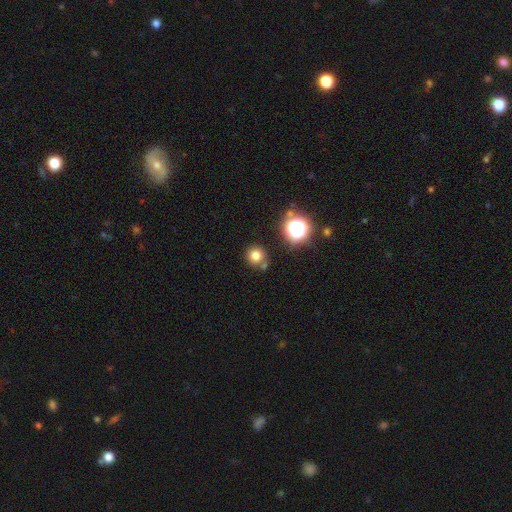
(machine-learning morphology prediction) smooth-or-featured: smooth: 75% | star or artifact: 18% | featured or disk: 7%
  how-rounded: round: 94% | in between: 5% | cigar-shaped: 1%
  merging: none: 79% | merger: 9% | minor disturbance: 9% | major disturbance: 3%